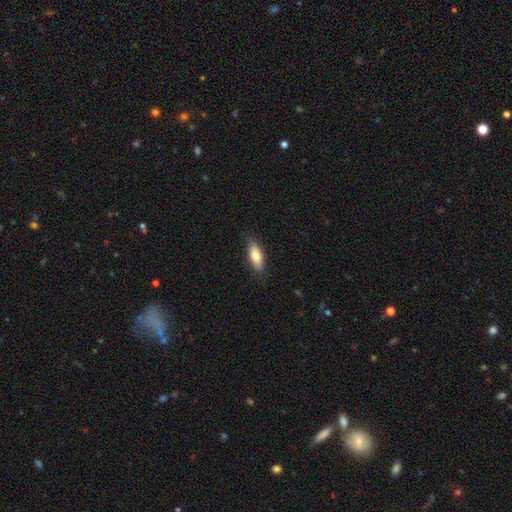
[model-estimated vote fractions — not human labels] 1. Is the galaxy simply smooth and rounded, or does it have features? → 73% smooth, 21% featured or disk, 6% star or artifact.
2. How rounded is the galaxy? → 69% in between, 29% cigar-shaped, 2% round.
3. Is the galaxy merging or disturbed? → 85% none, 12% minor disturbance, 2% major disturbance, 1% merger.